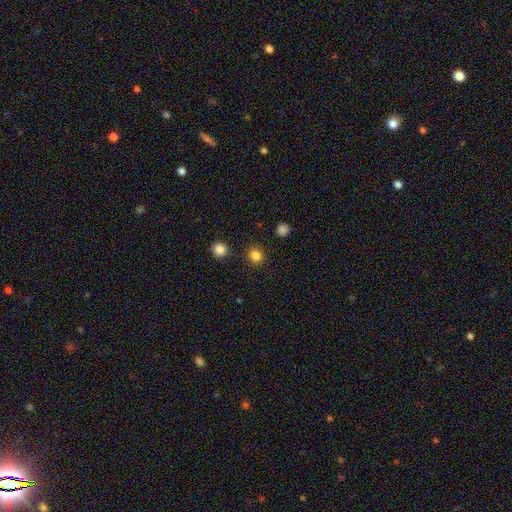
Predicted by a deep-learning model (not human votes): A smooth galaxy with no disk features (83%) that is round (90%).

Vote fractions:
- Smooth or featured? smooth: 83% / star or artifact: 13% / featured or disk: 4%
- How rounded? round: 90% / in between: 9% / cigar-shaped: 1%
- Merging? none: 90% / minor disturbance: 5% / merger: 2% / major disturbance: 2%